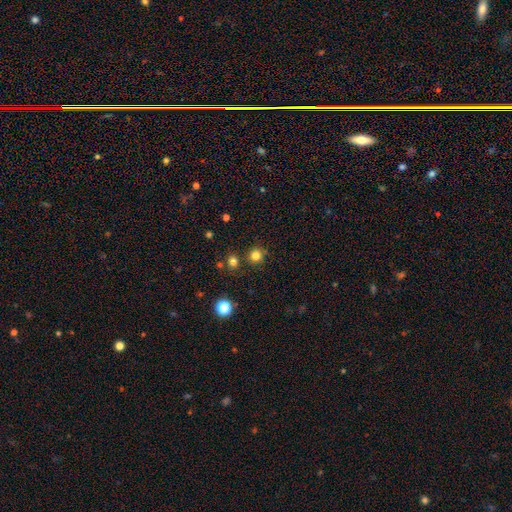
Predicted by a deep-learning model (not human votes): Smooth or featured? smooth (80%)
How rounded? round (93%)
Merging? none (85%)